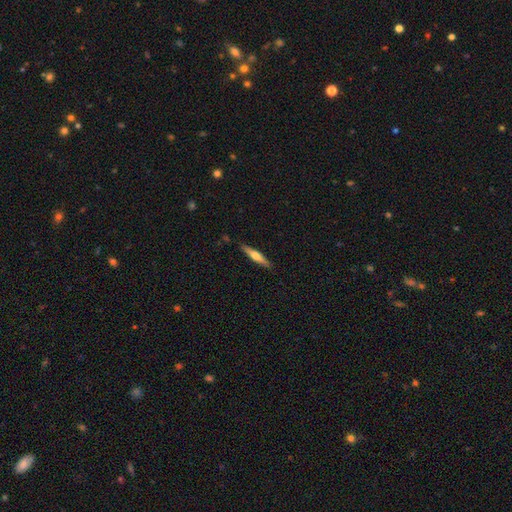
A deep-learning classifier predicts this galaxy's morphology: Q: Smooth or featured?
A: featured or disk (53%); runner-up: smooth (42%)
Q: Edge-on disk?
A: yes (96%); runner-up: no (4%)
Q: Edge-on bulge?
A: rounded (88%); runner-up: none (7%)
Q: Merging?
A: none (89%); runner-up: minor disturbance (8%)